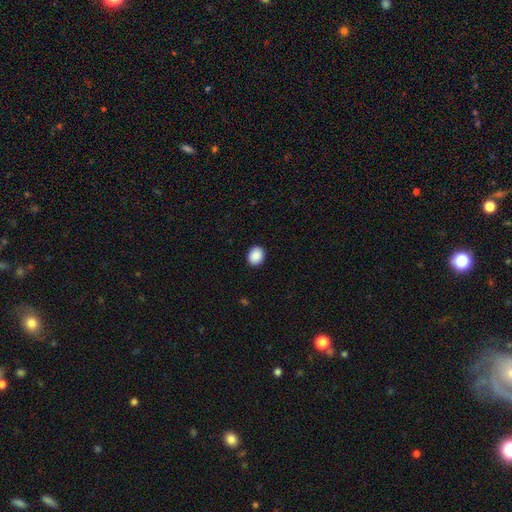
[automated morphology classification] type=smooth (90%); roundness=round (58%); merging=none (91%).